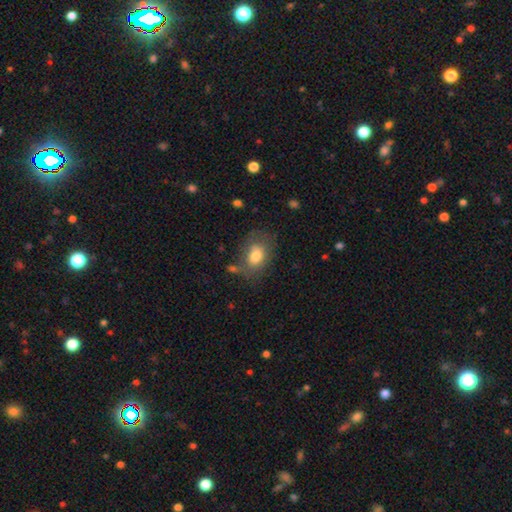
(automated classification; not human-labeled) A smooth galaxy with no disk features (76%) that is in between round and cigar-shaped (76%). Merging: none (63%).